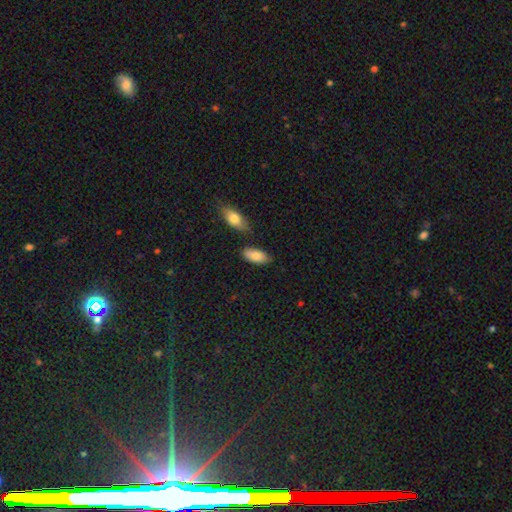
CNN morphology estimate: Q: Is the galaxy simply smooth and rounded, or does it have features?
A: smooth — 84%.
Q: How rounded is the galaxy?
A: in between — 89%.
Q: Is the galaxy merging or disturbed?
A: none — 75%.